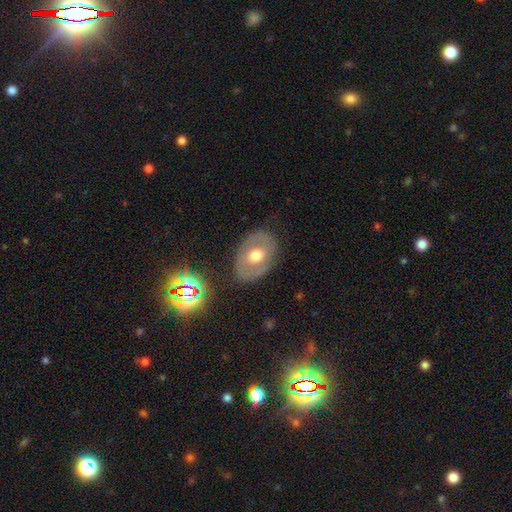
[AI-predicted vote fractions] Smooth or featured: featured or disk — 50% (smooth — 41%)
Edge-on disk: no — 93% (yes — 7%)
Merging: none — 78% (minor disturbance — 14%)